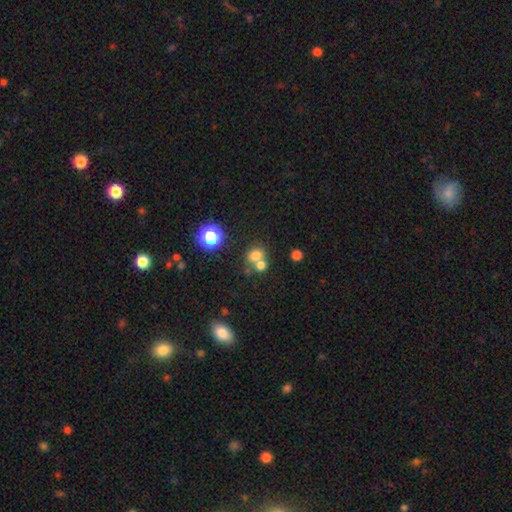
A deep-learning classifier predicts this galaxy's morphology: Smooth or featured? Predicted: smooth (p=0.71). How rounded? Predicted: round (p=0.61). Merging? Predicted: merger (p=0.45).